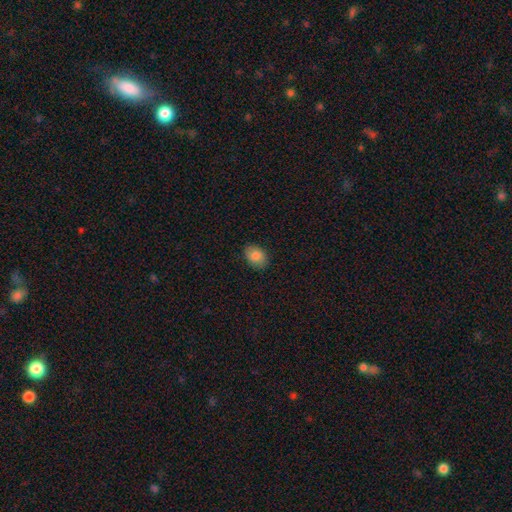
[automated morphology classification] Smooth or featured? Predicted: smooth (p=0.85). How rounded? Predicted: in between (p=0.75). Merging? Predicted: none (p=0.85).